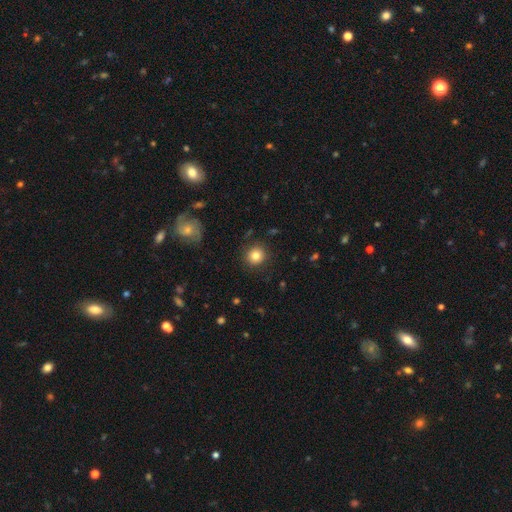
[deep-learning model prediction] smooth-or-featured: smooth: 82% | star or artifact: 11% | featured or disk: 7%
  how-rounded: round: 93% | in between: 6% | cigar-shaped: 1%
  merging: none: 89% | minor disturbance: 7% | major disturbance: 3% | merger: 1%